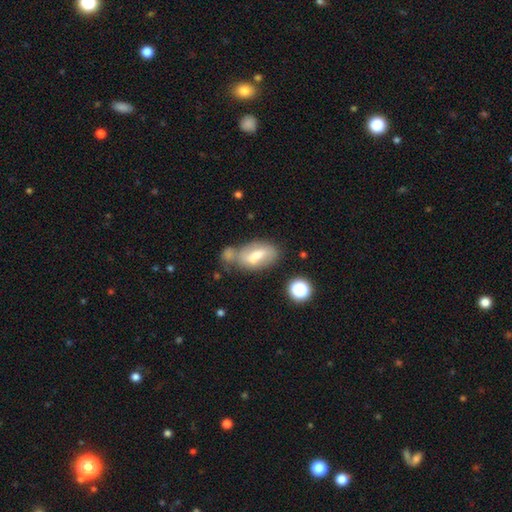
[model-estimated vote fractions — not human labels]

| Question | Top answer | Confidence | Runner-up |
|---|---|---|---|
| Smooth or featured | smooth | 59% | featured or disk (32%) |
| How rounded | in between | 88% | round (6%) |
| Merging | none | 38% | merger (30%) |